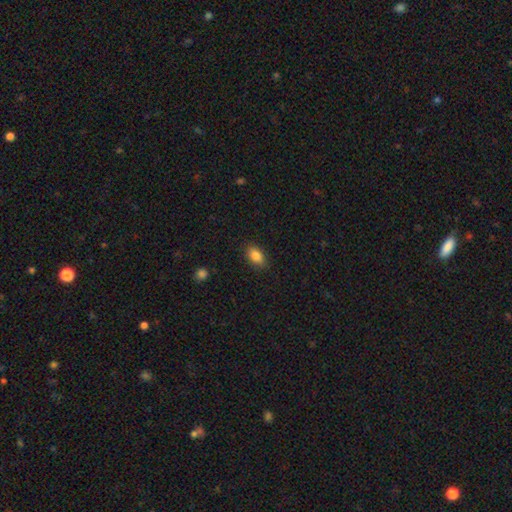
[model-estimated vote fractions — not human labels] Overall: smooth (85%). How rounded: in between (88%). Merging: none (84%).